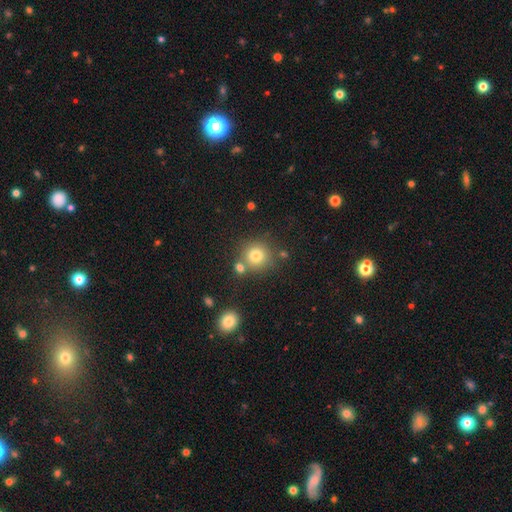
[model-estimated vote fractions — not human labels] This is likely a smooth galaxy (78%). How rounded: clearly round (91%). Merging: likely none (70%).